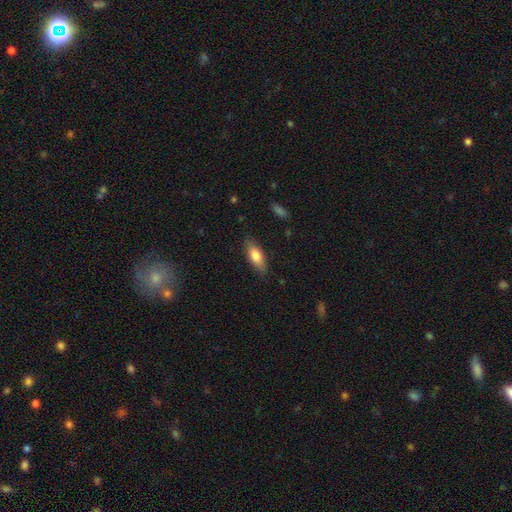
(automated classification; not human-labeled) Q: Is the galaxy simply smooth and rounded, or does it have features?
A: smooth — 78%.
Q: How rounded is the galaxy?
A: in between — 72%.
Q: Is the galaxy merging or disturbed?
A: none — 83%.